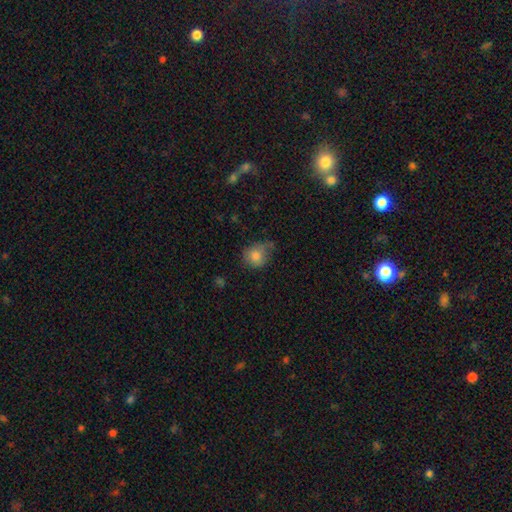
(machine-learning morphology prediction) The model was most divided on "merging": none: 46%, minor disturbance: 36%, major disturbance: 14%, merger: 4%. More confident: smooth or featured — smooth (81%); how rounded — round (70%).